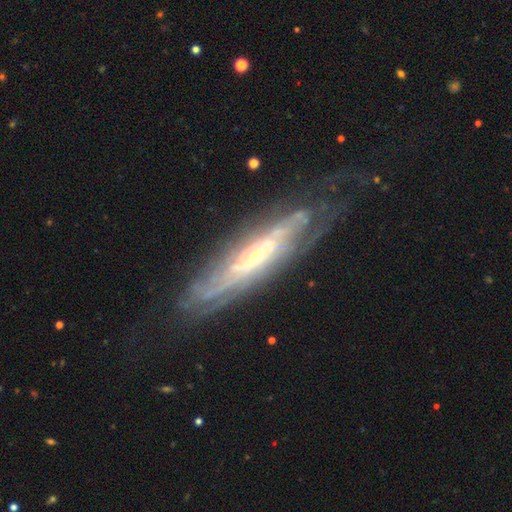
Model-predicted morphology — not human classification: A featured or disk galaxy (83%) with no bar (60%), spiral arms (90%) and a small central bulge (69%).

Vote fractions:
- Smooth or featured? featured or disk: 83% / smooth: 11% / star or artifact: 6%
- Edge-on disk? no: 66% / yes: 34%
- Bar? no: 60% / weak: 27% / strong: 13%
- Spiral arms? yes: 90% / no: 10%
- Bulge size? small: 69% / moderate: 24% / large: 3% / none: 3% / dominant: 1%
- Merging? none: 67% / minor disturbance: 20% / major disturbance: 10% / merger: 2%